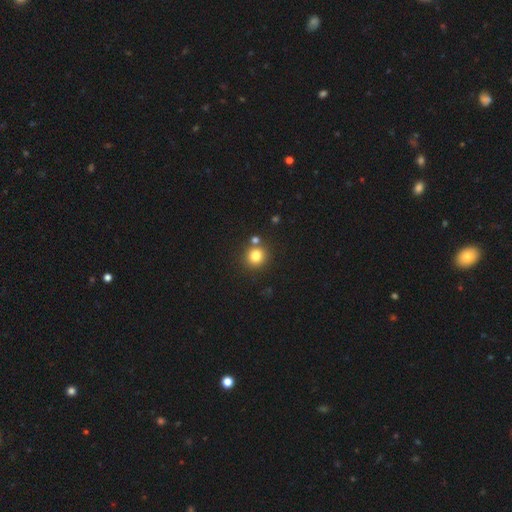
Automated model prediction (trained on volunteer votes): smooth 81%, star or artifact 12%, featured or disk 7%. Down the decision tree: how rounded — round (86%); merging — none (73%).